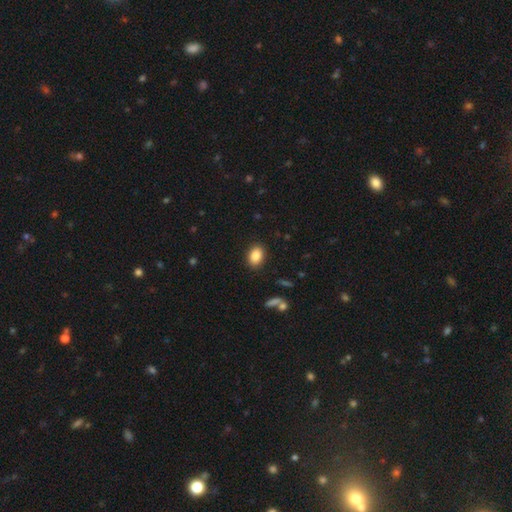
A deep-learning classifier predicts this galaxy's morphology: Smooth or featured: smooth — 86% (star or artifact — 9%)
How rounded: in between — 80% (round — 19%)
Merging: none — 89% (minor disturbance — 8%)